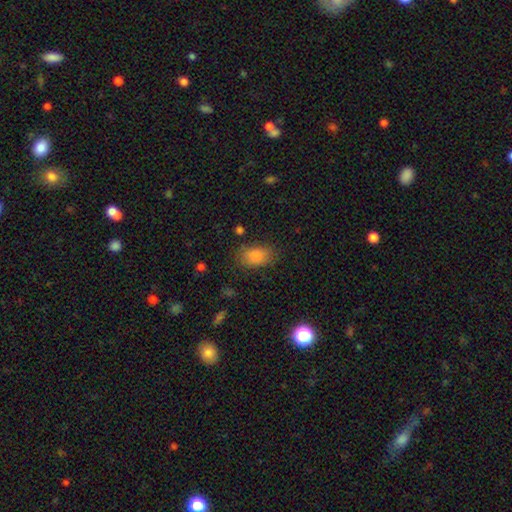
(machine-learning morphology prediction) Overall: smooth (82%). How rounded: in between (85%). Merging: none (79%).